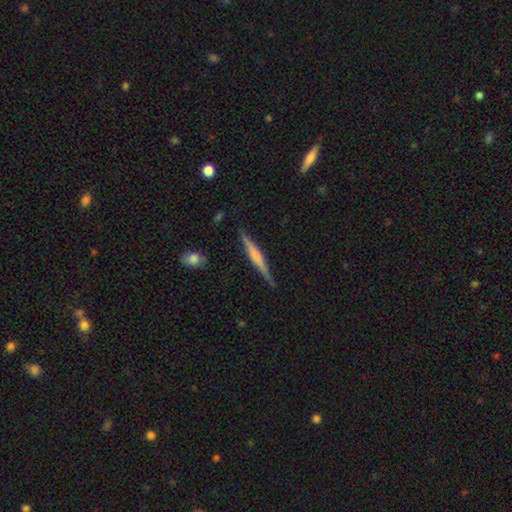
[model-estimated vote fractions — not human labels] featured or disk 55%, smooth 39%, star or artifact 6%. Down the decision tree: edge-on disk — yes (97%); edge-on bulge — rounded (40%); merging — none (84%).